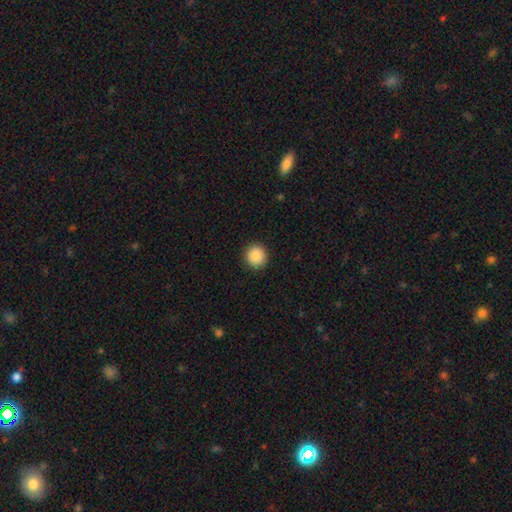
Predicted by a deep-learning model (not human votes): Morphology: type=smooth (89%); roundness=round (93%); merging=none (92%).